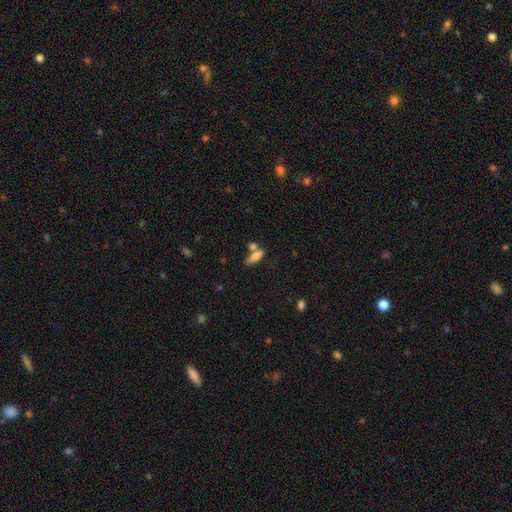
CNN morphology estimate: Q: Smooth or featured?
A: smooth (75%); runner-up: featured or disk (17%)
Q: How rounded?
A: in between (58%); runner-up: cigar-shaped (39%)
Q: Merging?
A: none (53%); runner-up: merger (28%)